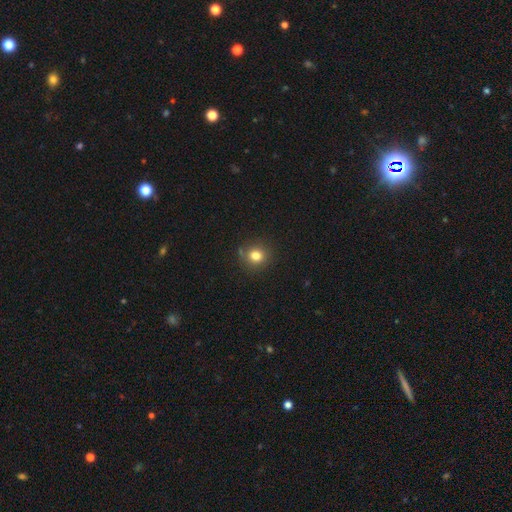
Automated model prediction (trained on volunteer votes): The model was most divided on "smooth or featured": smooth: 79%, star or artifact: 13%, featured or disk: 7%. More confident: how rounded — round (86%); merging — none (82%).